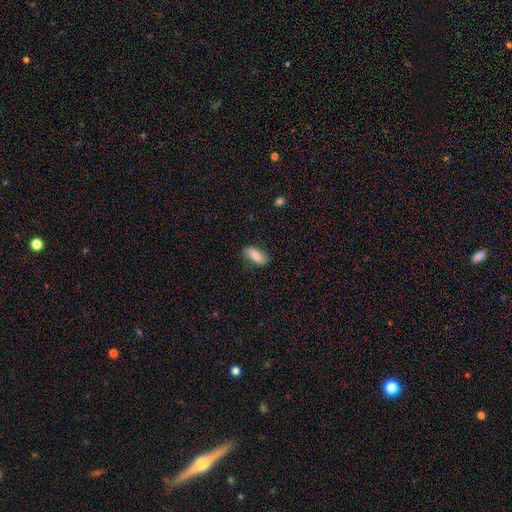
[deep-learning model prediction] smooth-or-featured: smooth: 77% | featured or disk: 16% | star or artifact: 7%
  how-rounded: in between: 85% | cigar-shaped: 12% | round: 3%
  merging: none: 79% | minor disturbance: 16% | major disturbance: 3% | merger: 1%